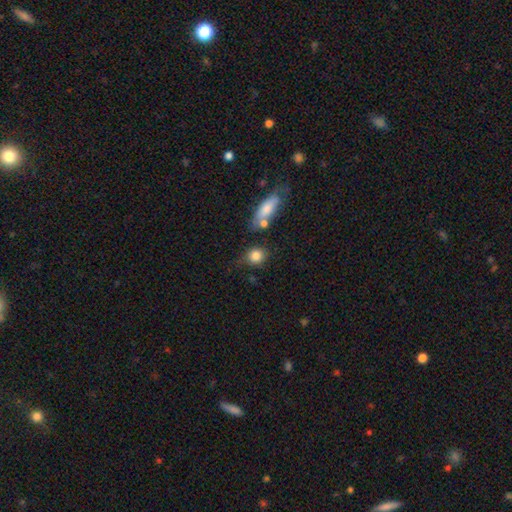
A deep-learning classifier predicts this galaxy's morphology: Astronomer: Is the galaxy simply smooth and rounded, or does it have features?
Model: smooth — 84%.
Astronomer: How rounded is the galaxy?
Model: round — 74%.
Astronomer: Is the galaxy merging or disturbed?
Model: none — 66%.